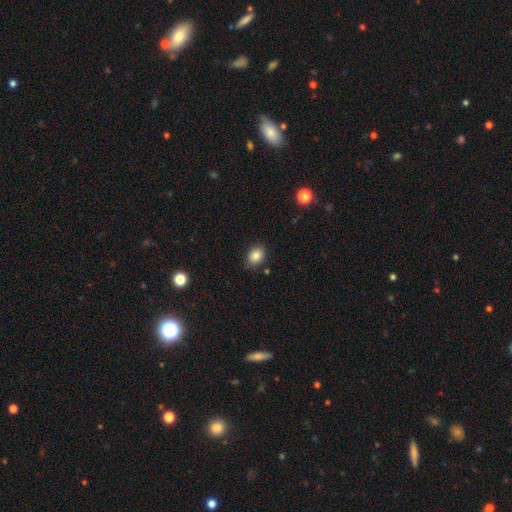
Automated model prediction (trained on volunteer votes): smooth_or_featured: smooth (p=0.86) [alt: star or artifact p=0.09]
how_rounded: in between (p=0.60) [alt: round p=0.39]
merging: none (p=0.84) [alt: minor disturbance p=0.11]